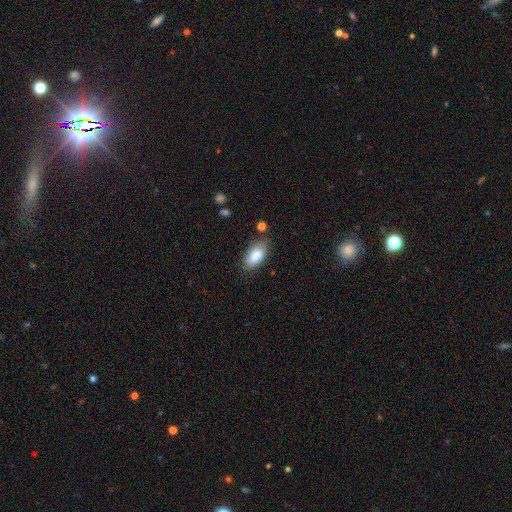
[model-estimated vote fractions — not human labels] Morphology: type=smooth (85%); roundness=in between (92%); merging=none (73%).